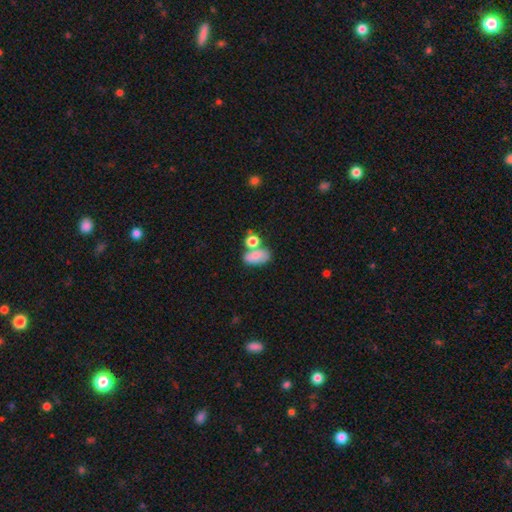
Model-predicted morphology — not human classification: type=smooth (77%); roundness=in between (87%); merging=none (44%).